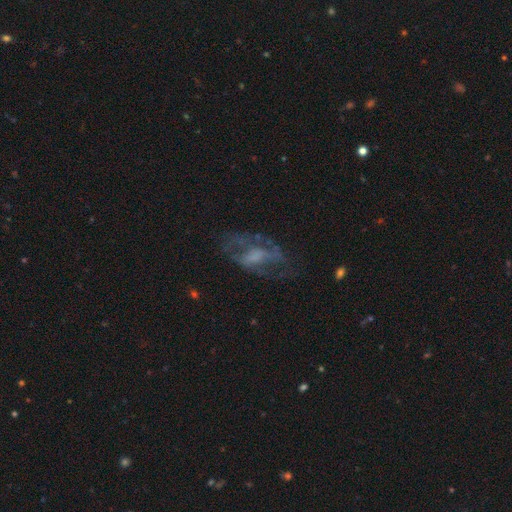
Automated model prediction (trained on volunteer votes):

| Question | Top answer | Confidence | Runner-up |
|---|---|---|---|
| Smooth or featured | featured or disk | 62% | smooth (27%) |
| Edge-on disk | no | 93% | yes (7%) |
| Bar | no | 57% | weak (32%) |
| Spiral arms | no | 52% | yes (48%) |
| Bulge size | none | 36% | moderate (26%) |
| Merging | none | 48% | major disturbance (30%) |